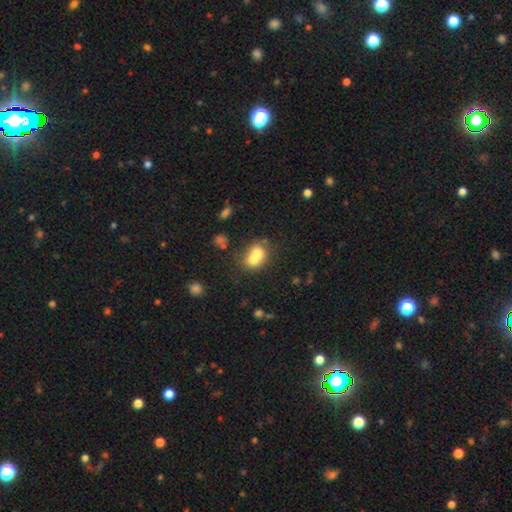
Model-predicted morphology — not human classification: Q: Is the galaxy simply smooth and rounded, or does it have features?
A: smooth — 66%.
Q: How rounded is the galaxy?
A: round — 58%.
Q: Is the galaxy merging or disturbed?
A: merger — 68%.